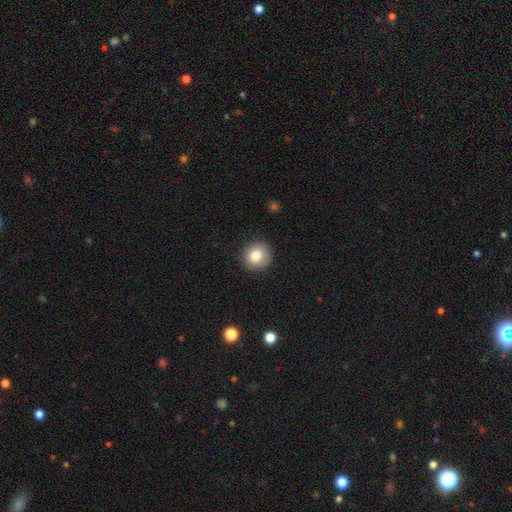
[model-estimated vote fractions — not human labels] Overall: smooth (81%). How rounded: round (91%). Merging: none (89%).